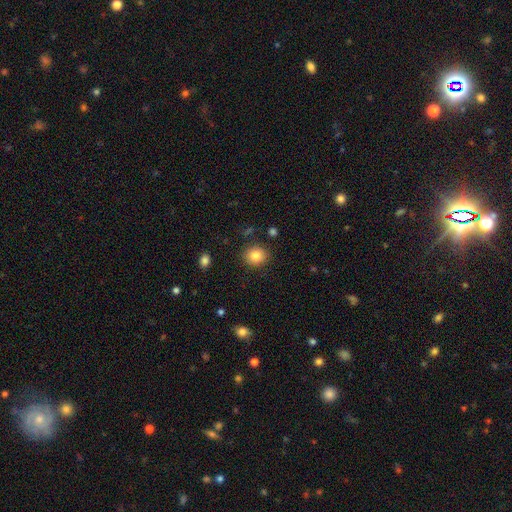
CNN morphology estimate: A smooth galaxy with no disk features (84%) that is round (78%).

Vote fractions:
- Smooth or featured? smooth: 84% / star or artifact: 10% / featured or disk: 7%
- How rounded? round: 78% / in between: 21% / cigar-shaped: 1%
- Merging? none: 88% / minor disturbance: 8% / major disturbance: 2% / merger: 2%